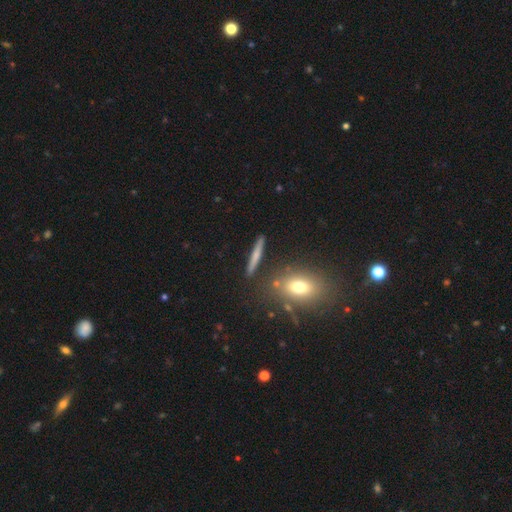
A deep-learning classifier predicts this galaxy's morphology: type=smooth (54%); roundness=cigar-shaped (90%); merging=none (86%).